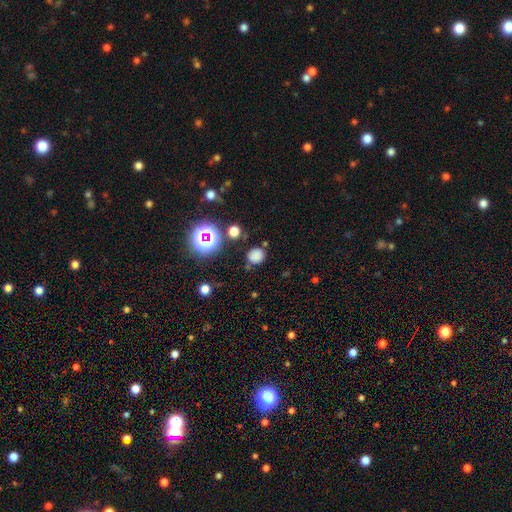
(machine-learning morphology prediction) type=smooth (73%); roundness=round (83%); merging=none (81%).